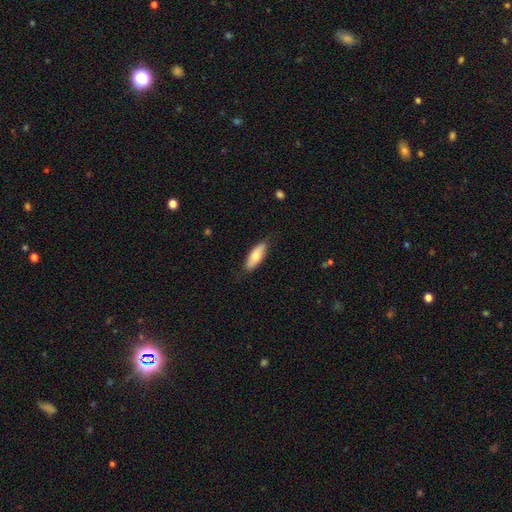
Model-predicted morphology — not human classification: Q: Smooth or featured?
A: smooth (72%); runner-up: featured or disk (22%)
Q: How rounded?
A: in between (67%); runner-up: cigar-shaped (31%)
Q: Merging?
A: none (81%); runner-up: minor disturbance (15%)